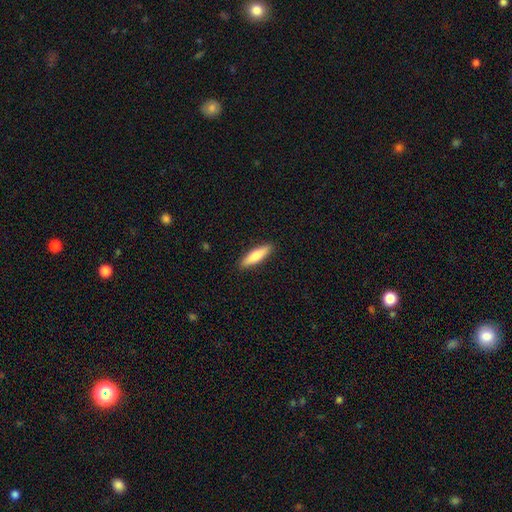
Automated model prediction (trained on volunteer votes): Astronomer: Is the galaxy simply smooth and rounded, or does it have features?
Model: smooth — 72%.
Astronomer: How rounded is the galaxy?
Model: cigar-shaped — 69%.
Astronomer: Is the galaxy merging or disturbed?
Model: none — 90%.